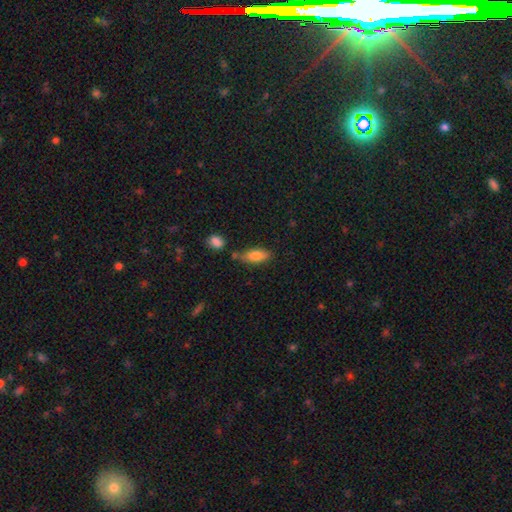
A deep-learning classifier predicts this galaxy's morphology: Smooth or featured: smooth — 80% (featured or disk — 13%)
How rounded: in between — 78% (cigar-shaped — 20%)
Merging: none — 64% (minor disturbance — 19%)